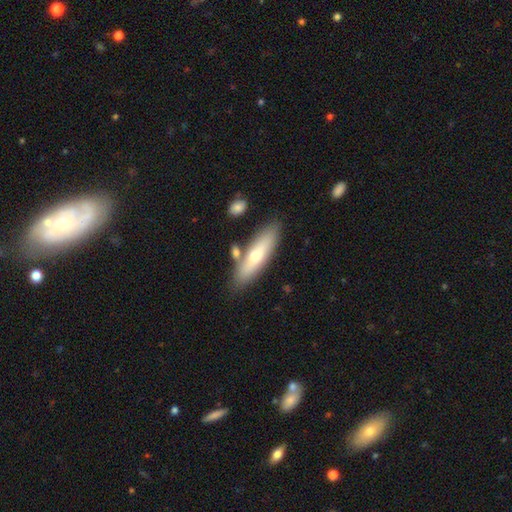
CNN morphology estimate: Overall: smooth (58%; featured or disk 36%). How rounded: cigar-shaped (63%; in between 35%). Merging: none (76%).